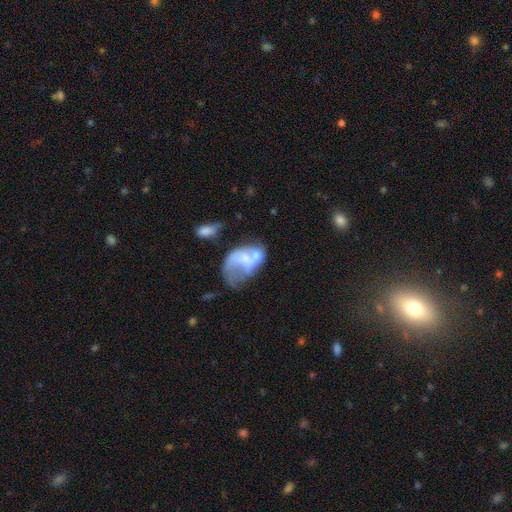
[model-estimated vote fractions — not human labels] Overall: featured or disk (52%; smooth 39%). Edge-on disk: no (97%). Bar: no (80%). Spiral arms: no (74%). Bulge size: none (39%; moderate 26%). Merging: merger (37%; major disturbance 34%).